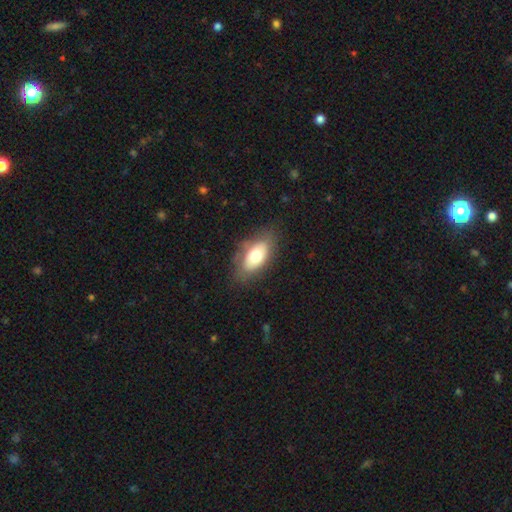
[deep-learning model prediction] smooth_or_featured: smooth (p=0.70) [alt: featured or disk p=0.23]
how_rounded: in between (p=0.90) [alt: cigar-shaped p=0.06]
merging: none (p=0.70) [alt: minor disturbance p=0.21]